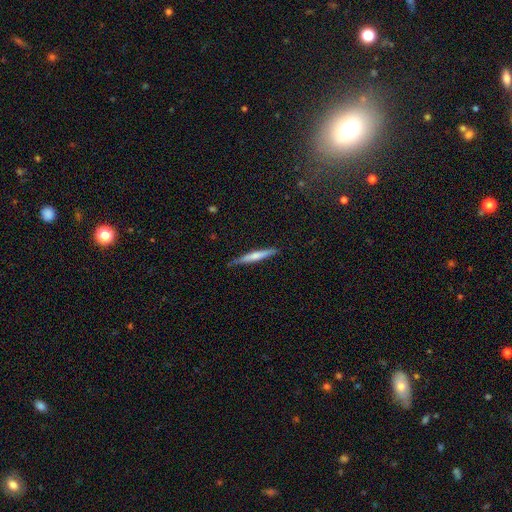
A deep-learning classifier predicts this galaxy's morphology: Smooth or featured: smooth — 57% (featured or disk — 37%)
How rounded: cigar-shaped — 95% (in between — 4%)
Merging: none — 82% (minor disturbance — 15%)